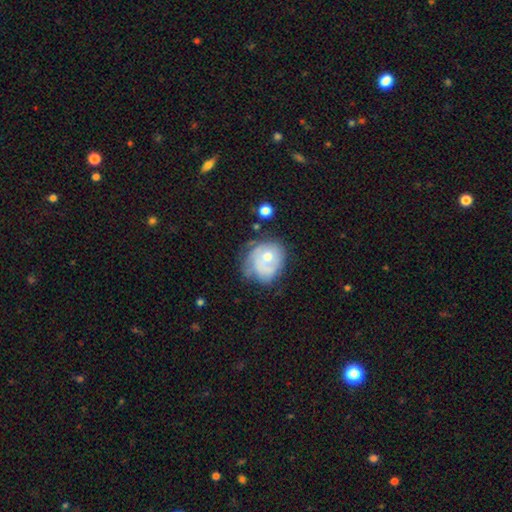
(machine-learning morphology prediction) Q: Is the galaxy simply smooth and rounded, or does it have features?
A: featured or disk — 57%.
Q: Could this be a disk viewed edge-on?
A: no — 97%.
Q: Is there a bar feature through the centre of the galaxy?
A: no — 83%.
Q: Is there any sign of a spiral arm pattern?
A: yes — 65%.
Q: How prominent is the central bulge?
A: moderate — 63%.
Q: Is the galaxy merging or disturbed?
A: none — 54%.